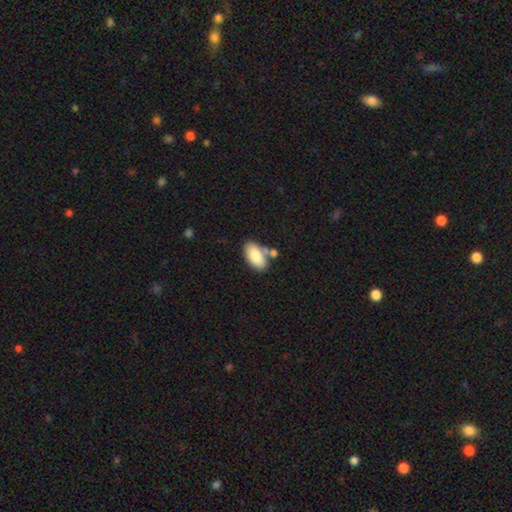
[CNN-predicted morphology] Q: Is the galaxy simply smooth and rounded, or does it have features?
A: smooth — 83%.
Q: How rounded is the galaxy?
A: in between — 94%.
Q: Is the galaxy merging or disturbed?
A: none — 64%.